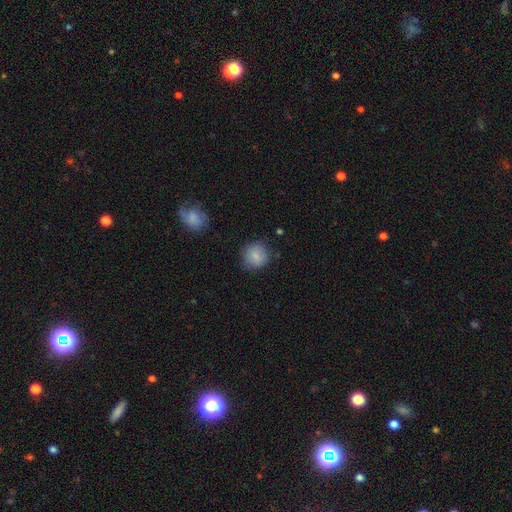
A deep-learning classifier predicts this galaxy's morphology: Smooth or featured?
  - smooth: 83% *
  - featured or disk: 9%
  - star or artifact: 8%
How rounded?
  - round: 87% *
  - in between: 12%
  - cigar-shaped: 1%
Merging?
  - none: 82% *
  - minor disturbance: 13%
  - major disturbance: 4%
  - merger: 2%